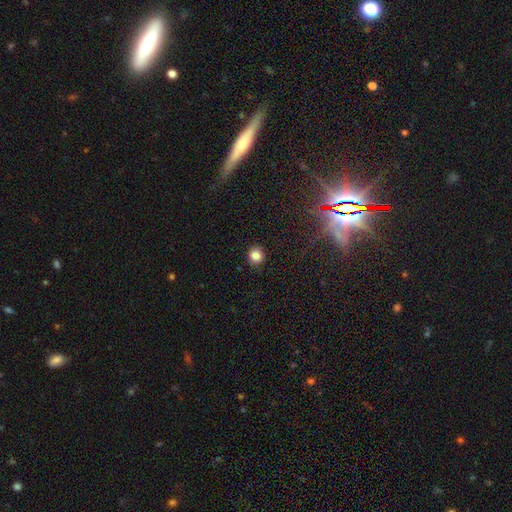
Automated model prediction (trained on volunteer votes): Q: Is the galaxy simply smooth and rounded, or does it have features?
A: smooth — 83%.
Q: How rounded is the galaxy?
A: round — 86%.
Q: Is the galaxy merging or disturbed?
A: none — 87%.